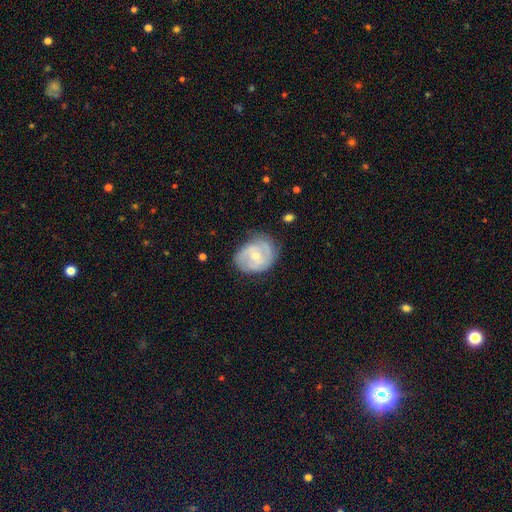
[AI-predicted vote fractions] Overall: featured or disk (72%). Edge-on disk: no (98%). Bar: no (58%; weak 35%). Spiral arms: yes (86%). Spiral arm count: 2 (54%; can't tell 23%). Spiral winding: tight (47%; medium 40%). Bulge size: small (55%; moderate 41%). Merging: none (65%).